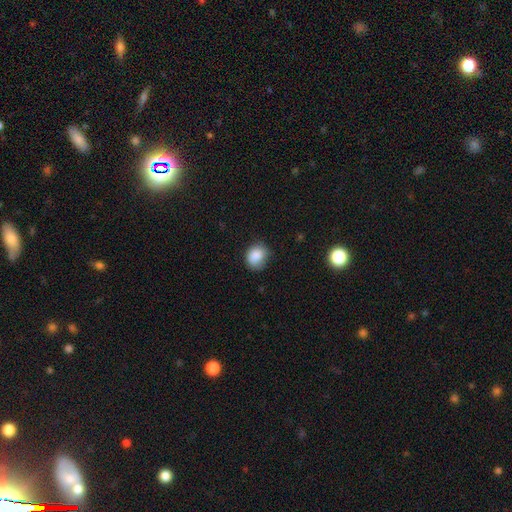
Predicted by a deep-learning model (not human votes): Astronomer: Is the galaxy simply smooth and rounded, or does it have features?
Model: smooth — 86%.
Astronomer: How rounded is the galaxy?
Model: round — 60% (runner-up: in between, 39%).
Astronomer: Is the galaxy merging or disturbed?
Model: none — 65%.